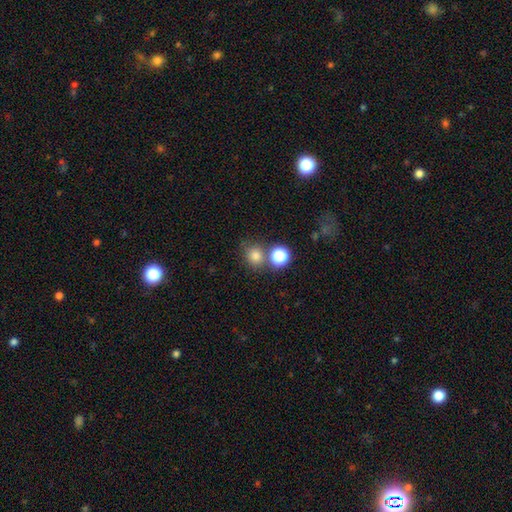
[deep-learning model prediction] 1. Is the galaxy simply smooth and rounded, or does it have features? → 77% smooth, 16% star or artifact, 7% featured or disk.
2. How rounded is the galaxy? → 81% round, 18% in between, 1% cigar-shaped.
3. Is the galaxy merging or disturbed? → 65% none, 21% merger, 10% minor disturbance, 4% major disturbance.